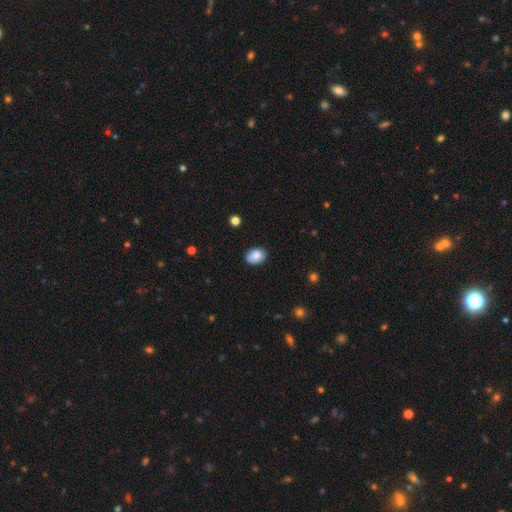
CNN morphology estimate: Smooth or featured? Predicted: smooth (p=0.86). How rounded? Predicted: in between (p=0.77). Merging? Predicted: none (p=0.84).